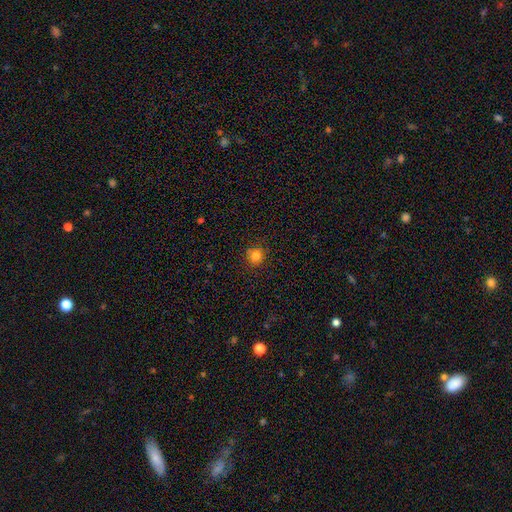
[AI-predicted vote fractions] smooth 82%, star or artifact 13%, featured or disk 5%. Down the decision tree: how rounded — round (91%); merging — none (87%).